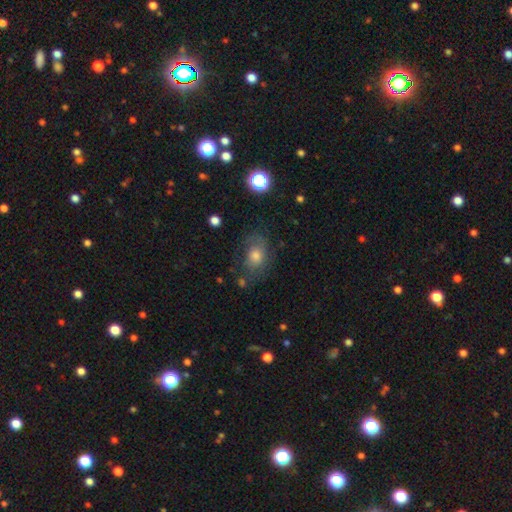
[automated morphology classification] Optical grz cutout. It shows a smooth galaxy with no disk features (54%) that is in between round and cigar-shaped (70%). Merging: none (64%).